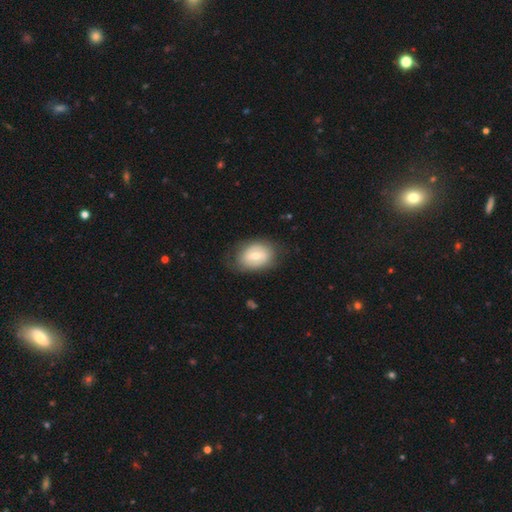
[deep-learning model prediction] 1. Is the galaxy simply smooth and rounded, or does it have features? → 52% smooth, 41% featured or disk, 7% star or artifact.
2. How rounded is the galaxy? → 67% in between, 32% round, 1% cigar-shaped.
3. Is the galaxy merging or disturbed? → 72% none, 19% minor disturbance, 8% major disturbance, 1% merger.